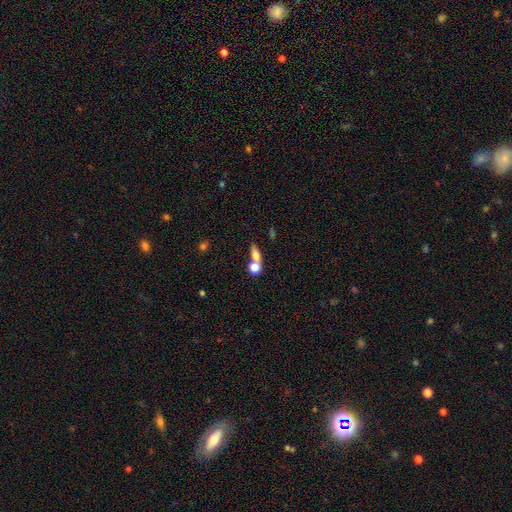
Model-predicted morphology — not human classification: The model was most divided on "merging": merger: 45%, none: 41%, minor disturbance: 9%, major disturbance: 6%. Remaining: smooth or featured — smooth (70%); how rounded — in between (48%).